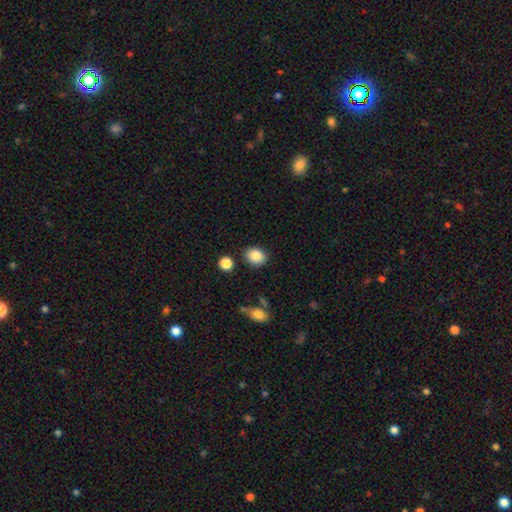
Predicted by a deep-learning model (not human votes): smooth-or-featured: smooth: 86% | star or artifact: 9% | featured or disk: 5%
  how-rounded: round: 51% | in between: 48% | cigar-shaped: 1%
  merging: none: 84% | minor disturbance: 10% | merger: 3% | major disturbance: 3%